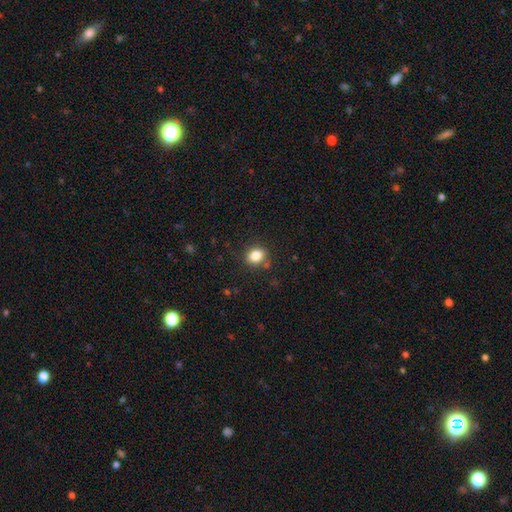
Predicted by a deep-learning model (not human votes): Q: Smooth or featured?
A: smooth (83%); runner-up: star or artifact (11%)
Q: How rounded?
A: round (56%); runner-up: in between (43%)
Q: Merging?
A: none (83%); runner-up: minor disturbance (11%)